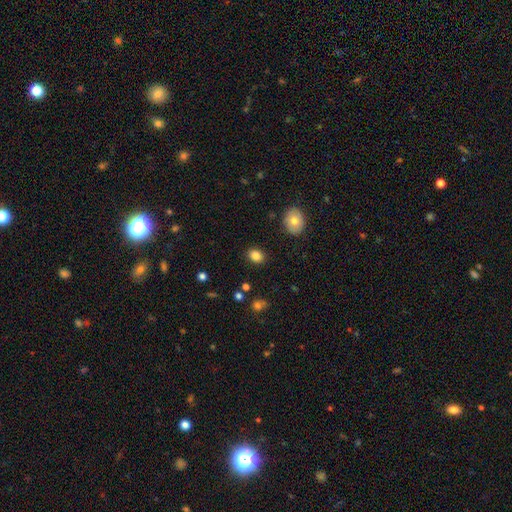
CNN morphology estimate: Overall: smooth (84%). How rounded: in between (56%; round 43%). Merging: none (88%).